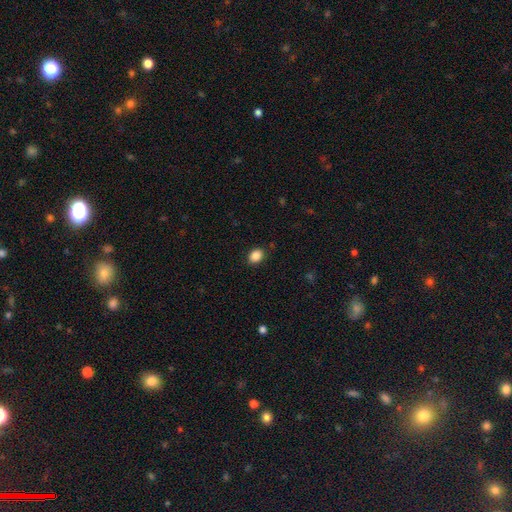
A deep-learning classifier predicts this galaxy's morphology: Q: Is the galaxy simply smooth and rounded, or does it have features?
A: smooth — 87%.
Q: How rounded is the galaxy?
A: in between — 64%.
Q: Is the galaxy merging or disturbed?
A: none — 87%.